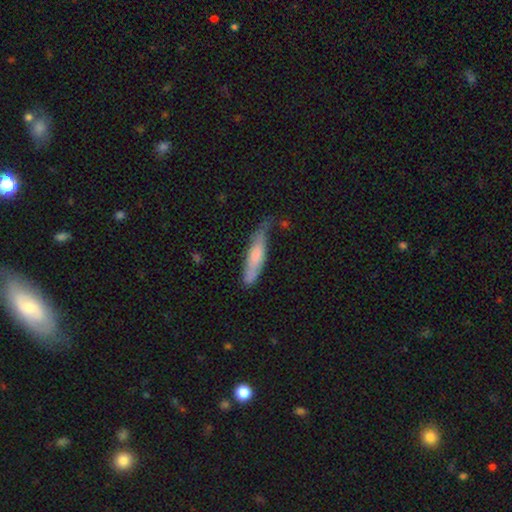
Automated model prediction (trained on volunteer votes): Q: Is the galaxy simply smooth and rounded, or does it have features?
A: smooth — 65%.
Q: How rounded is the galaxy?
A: cigar-shaped — 77%.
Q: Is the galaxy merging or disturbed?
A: none — 50%.